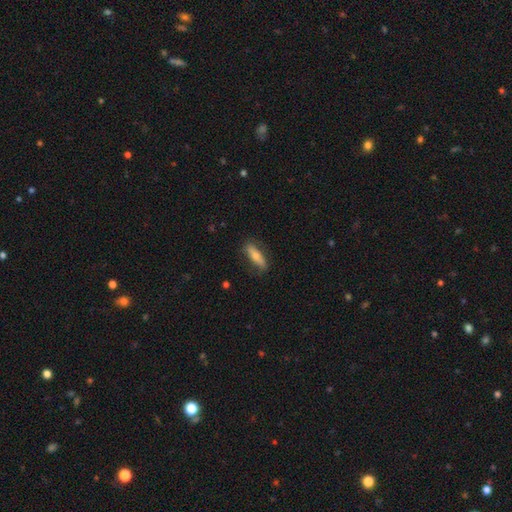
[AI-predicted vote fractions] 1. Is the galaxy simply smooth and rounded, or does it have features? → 59% smooth, 34% featured or disk, 7% star or artifact.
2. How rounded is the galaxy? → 65% cigar-shaped, 32% in between, 2% round.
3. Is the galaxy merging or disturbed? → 81% none, 14% minor disturbance, 3% major disturbance, 1% merger.